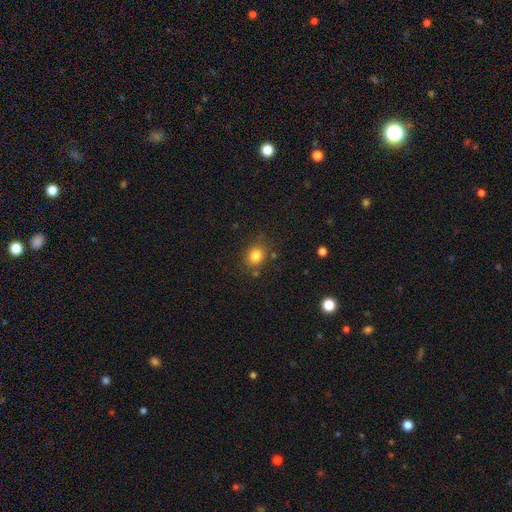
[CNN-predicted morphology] smooth 82%, star or artifact 12%, featured or disk 6%. Down the decision tree: how rounded — round (69%); merging — none (79%).